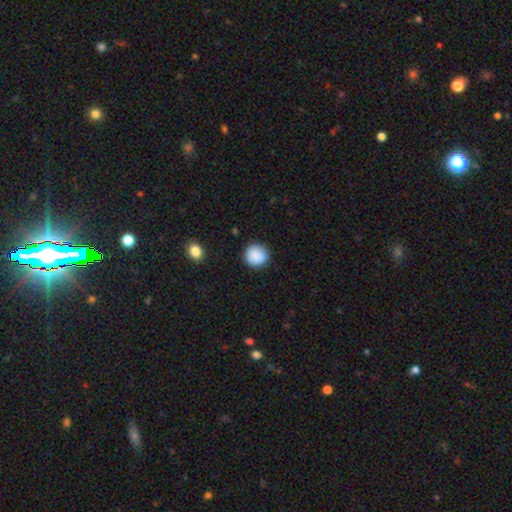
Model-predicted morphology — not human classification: Smooth or featured? smooth (89%)
How rounded? round (91%)
Merging? none (89%)